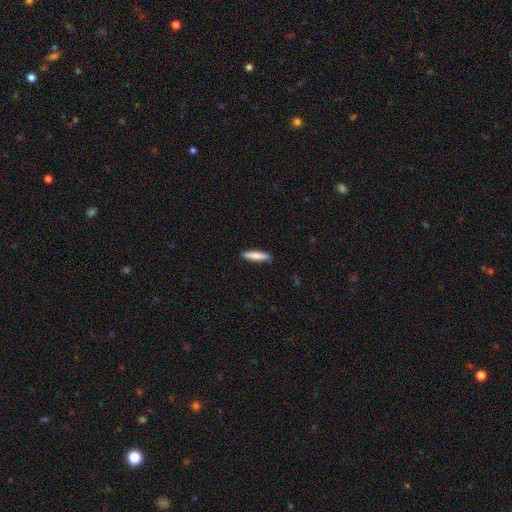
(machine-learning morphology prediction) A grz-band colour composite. It shows a smooth galaxy with no disk features (83%) that is cigar-shaped (84%). Merging: none (89%).